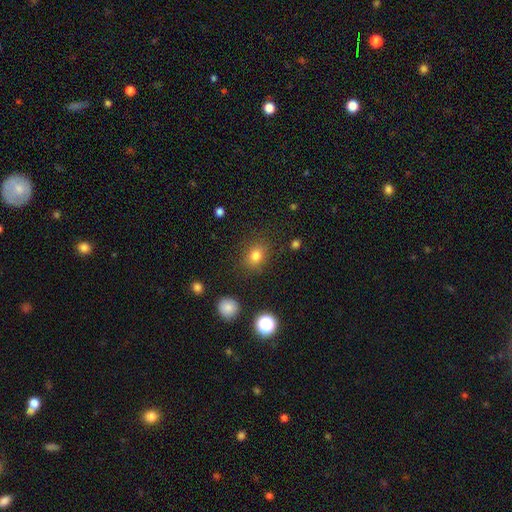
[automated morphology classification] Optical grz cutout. It shows a smooth galaxy with no disk features (79%) that is round (63%). Merging: none (84%).